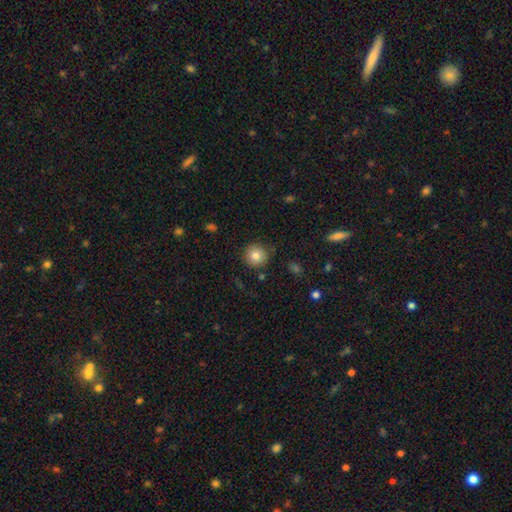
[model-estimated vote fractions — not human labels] The model was most divided on "smooth or featured": smooth: 81%, star or artifact: 10%, featured or disk: 9%. More confident: how rounded — round (95%); merging — none (89%).